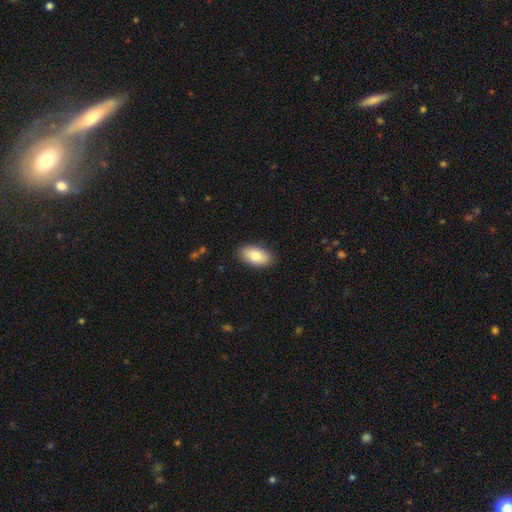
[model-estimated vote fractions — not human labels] A smooth galaxy with no disk features (81%) that is in between round and cigar-shaped (94%). Merging: none (88%).